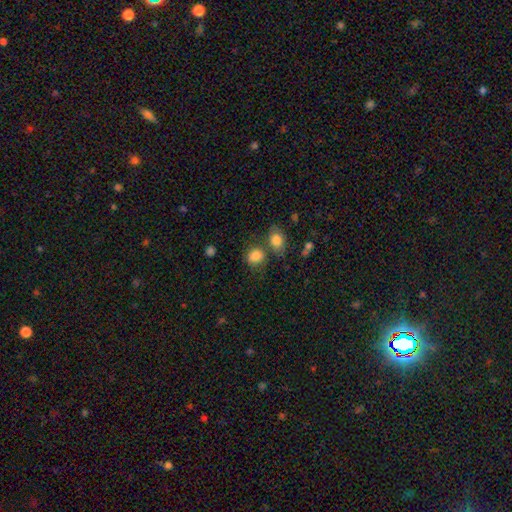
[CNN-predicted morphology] Smooth or featured? smooth (84%)
How rounded? round (71%)
Merging? none (62%)